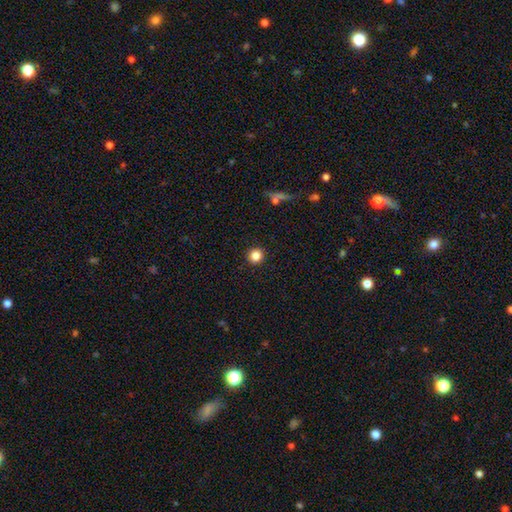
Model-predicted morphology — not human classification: Smooth or featured: smooth — 84% (star or artifact — 11%)
How rounded: round — 94% (in between — 5%)
Merging: none — 93% (minor disturbance — 4%)